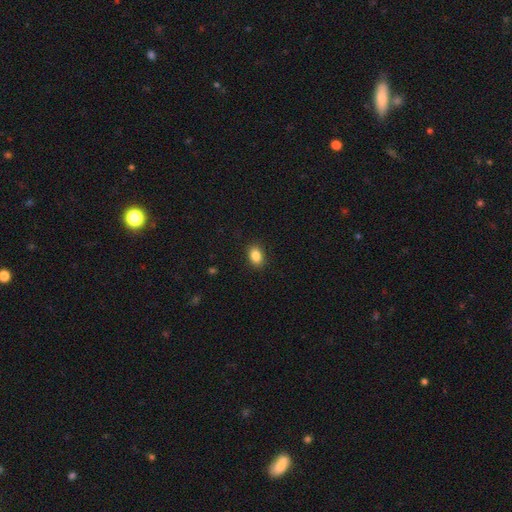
smooth-or-featured: smooth: 94% | featured or disk: 3% | star or artifact: 3%
  how-rounded: in between: 71% | round: 26% | cigar-shaped: 3%
  merging: none: 86% | minor disturbance: 11% | major disturbance: 3% | merger: 0%